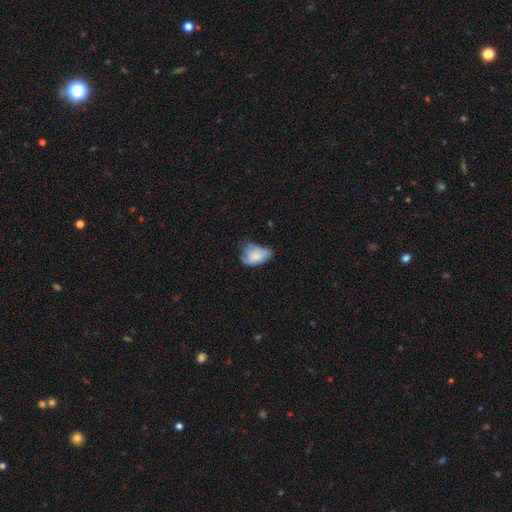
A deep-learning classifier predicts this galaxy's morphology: Q: Smooth or featured?
A: smooth (72%); runner-up: featured or disk (20%)
Q: How rounded?
A: in between (82%); runner-up: round (16%)
Q: Merging?
A: minor disturbance (44%); runner-up: none (31%)